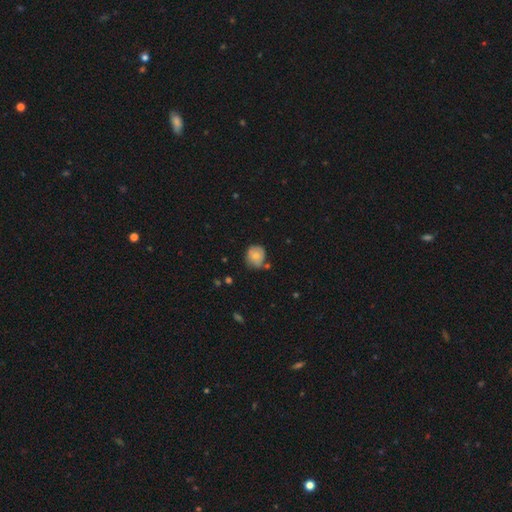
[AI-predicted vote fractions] Smooth or featured? Predicted: smooth (p=0.72). How rounded? Predicted: round (p=0.76). Merging? Predicted: none (p=0.61).